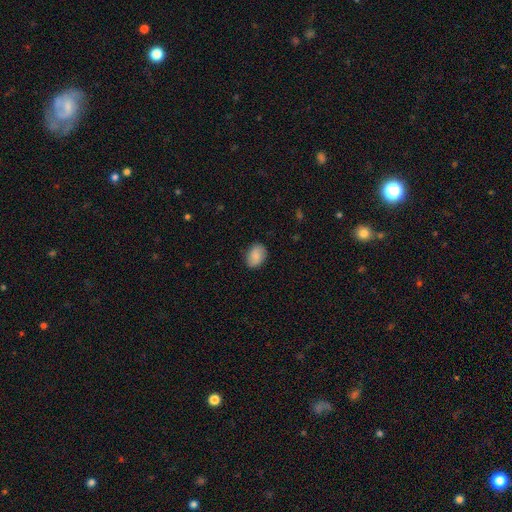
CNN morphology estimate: A smooth galaxy with no disk features (83%) that is in between round and cigar-shaped (70%).

Vote fractions:
- Smooth or featured? smooth: 83% / featured or disk: 10% / star or artifact: 7%
- How rounded? in between: 70% / round: 29% / cigar-shaped: 1%
- Merging? none: 82% / minor disturbance: 14% / major disturbance: 3% / merger: 1%